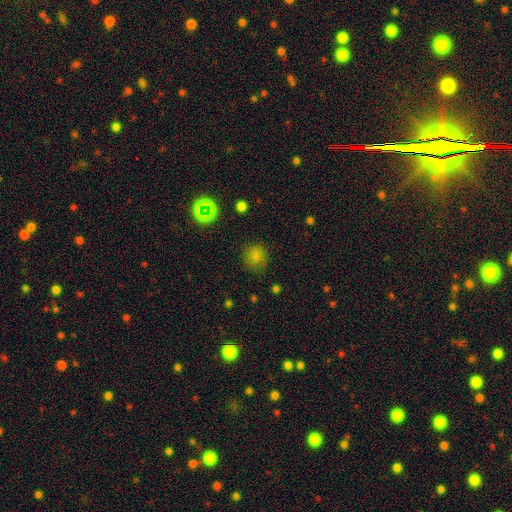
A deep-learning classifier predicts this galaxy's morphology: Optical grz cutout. It shows a smooth galaxy with no disk features (75%) that is round (84%). Merging: none (79%).